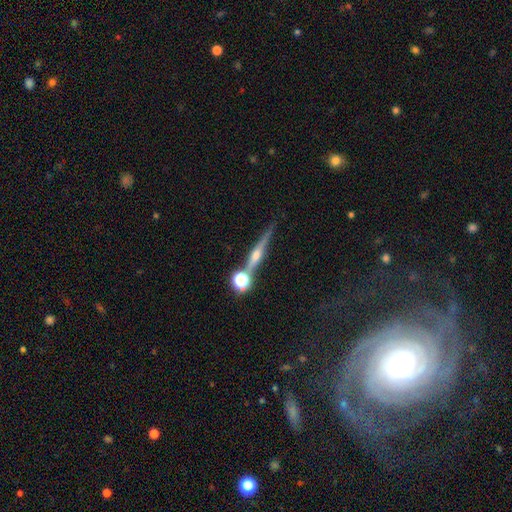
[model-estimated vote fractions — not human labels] smooth-or-featured: featured or disk: 75% | smooth: 15% | star or artifact: 10%
  disk-edge-on: yes: 96% | no: 4%
    edge-on-bulge: rounded: 91% | none: 5% | boxy: 4%
  merging: none: 76% | merger: 11% | minor disturbance: 10% | major disturbance: 3%